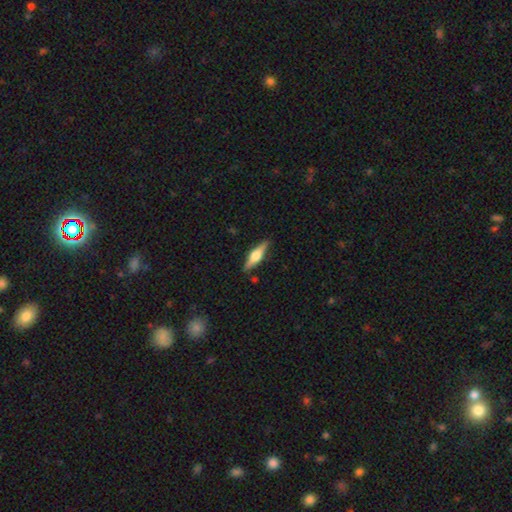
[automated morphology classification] The model was most divided on "smooth or featured": featured or disk: 64%, smooth: 31%, star or artifact: 6%. More confident: edge-on disk — yes (96%); edge-on bulge — rounded (91%); merging — none (88%).